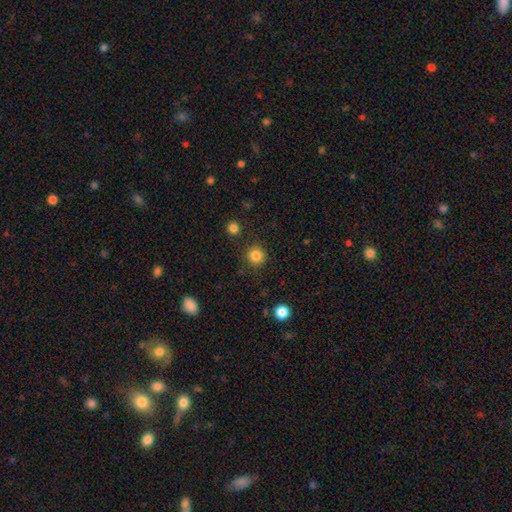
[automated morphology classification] A smooth galaxy with no disk features (84%) that is round (94%). Merging: none (88%).